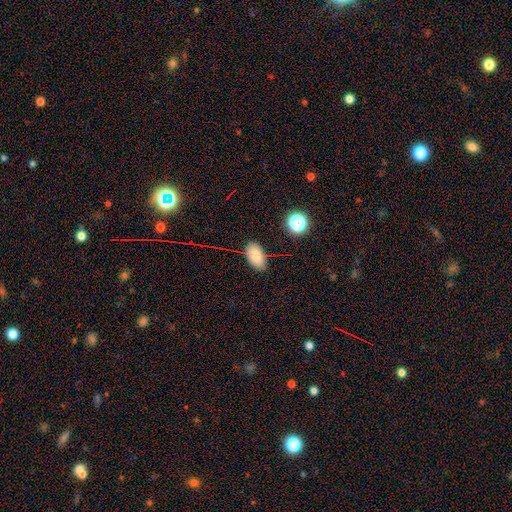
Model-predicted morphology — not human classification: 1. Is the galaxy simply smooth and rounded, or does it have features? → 81% smooth, 11% star or artifact, 8% featured or disk.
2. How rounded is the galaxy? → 92% in between, 6% round, 2% cigar-shaped.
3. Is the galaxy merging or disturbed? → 80% none, 15% minor disturbance, 3% major disturbance, 2% merger.